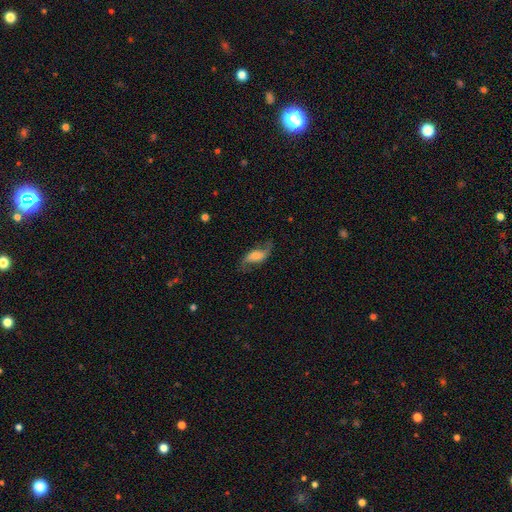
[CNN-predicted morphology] Smooth or featured? Predicted: featured or disk (p=0.64). Edge-on disk? Predicted: no (p=0.91). Bar? Predicted: no (p=0.46). Spiral arms? Predicted: yes (p=0.91). Spiral winding? Predicted: loose (p=0.77). Spiral arm count? Predicted: 2 (p=0.91). Bulge size? Predicted: small (p=0.30). Merging? Predicted: none (p=0.69).